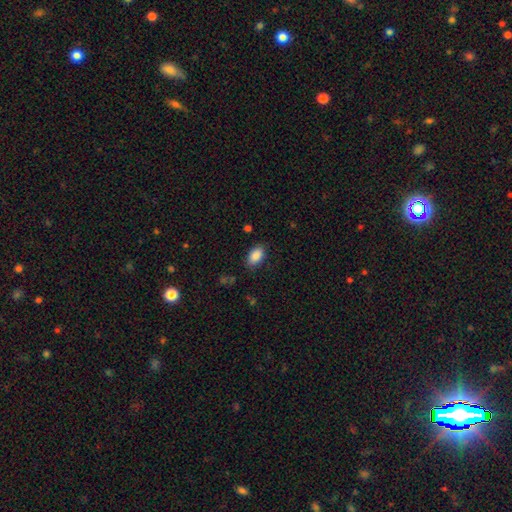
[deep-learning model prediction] The model was most divided on "merging": none: 84%, minor disturbance: 12%, major disturbance: 3%, merger: 1%. More confident: how rounded — in between (91%); smooth or featured — smooth (88%).